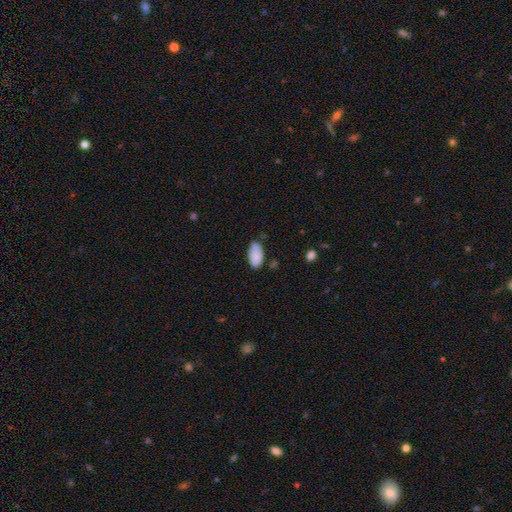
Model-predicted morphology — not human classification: Smooth or featured? Predicted: smooth (p=0.84). How rounded? Predicted: in between (p=0.95). Merging? Predicted: none (p=0.64).